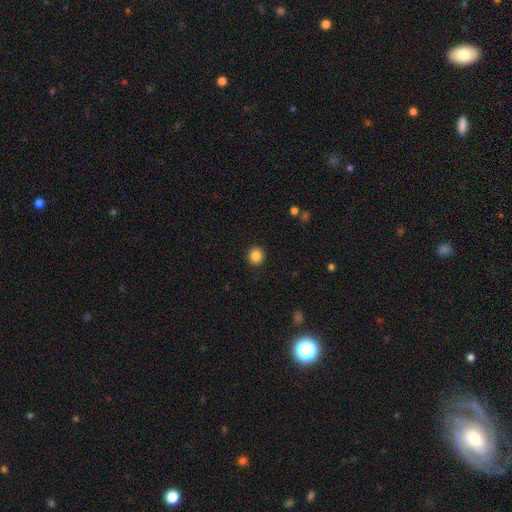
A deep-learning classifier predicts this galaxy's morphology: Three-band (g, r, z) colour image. It shows a smooth galaxy with no disk features (86%) that is round (90%). Merging: none (92%).